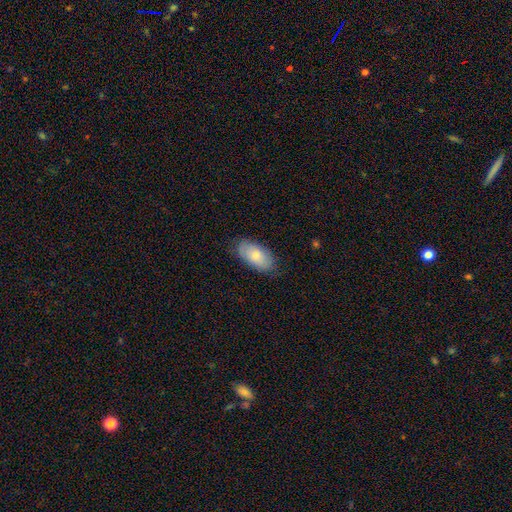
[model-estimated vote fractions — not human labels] smooth_or_featured: smooth (p=0.75) [alt: featured or disk p=0.19]
how_rounded: in between (p=0.94) [alt: cigar-shaped p=0.04]
merging: none (p=0.78) [alt: minor disturbance p=0.17]